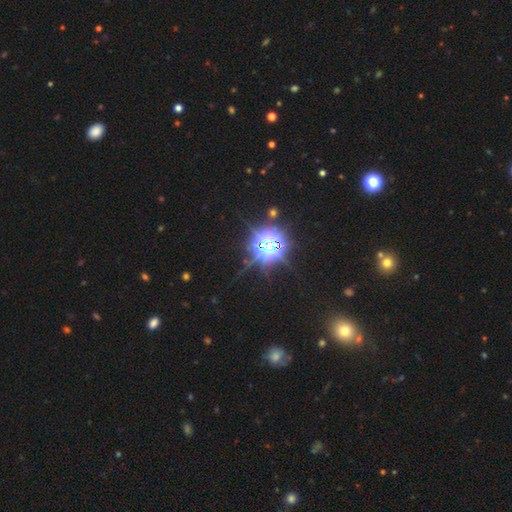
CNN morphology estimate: Overall: star or artifact (82%).